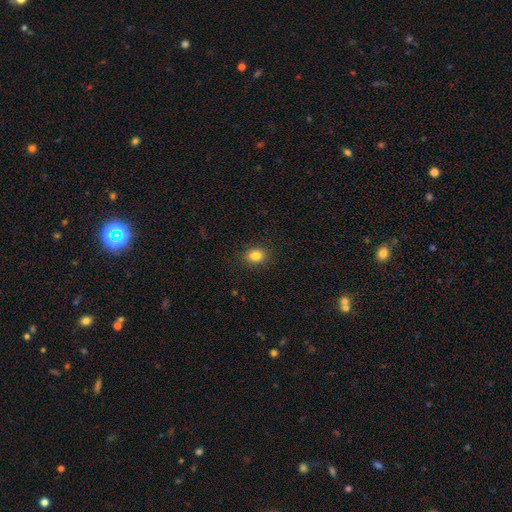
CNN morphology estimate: A smooth galaxy with no disk features (84%) that is round (58%).

Vote fractions:
- Smooth or featured? smooth: 84% / star or artifact: 11% / featured or disk: 5%
- How rounded? round: 58% / in between: 41% / cigar-shaped: 1%
- Merging? none: 89% / minor disturbance: 8% / major disturbance: 2% / merger: 1%